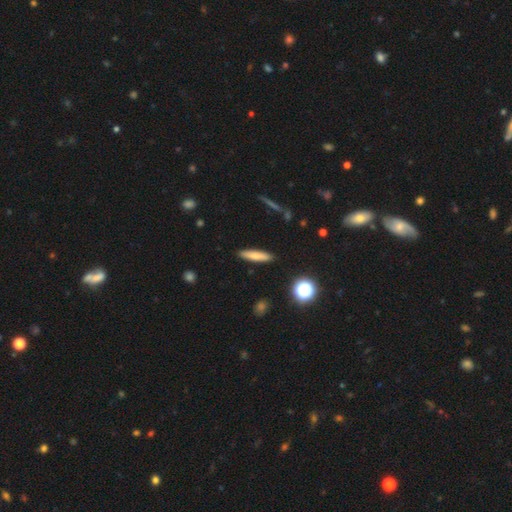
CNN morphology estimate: Smooth or featured? smooth (74%)
How rounded? cigar-shaped (81%)
Merging? none (90%)